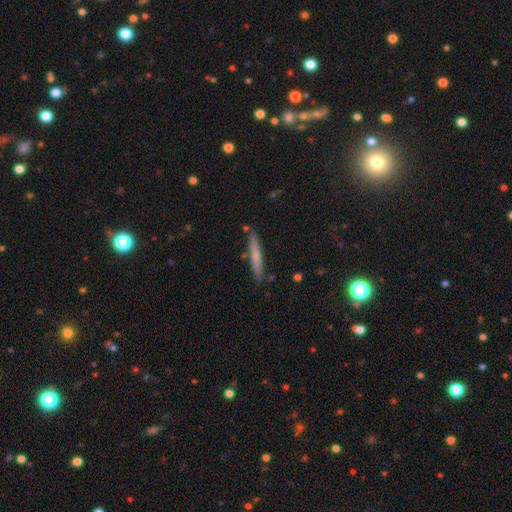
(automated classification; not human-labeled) Q: Smooth or featured?
A: smooth (64%); runner-up: featured or disk (30%)
Q: How rounded?
A: cigar-shaped (95%); runner-up: in between (4%)
Q: Merging?
A: none (86%); runner-up: minor disturbance (10%)